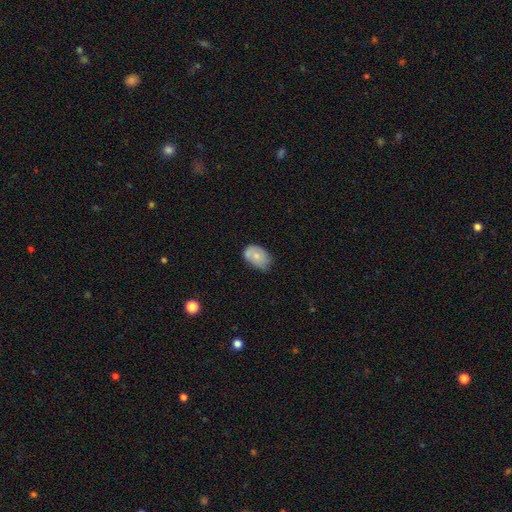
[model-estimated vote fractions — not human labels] smooth 67%, featured or disk 25%, star or artifact 7%. Down the decision tree: how rounded — in between (84%); merging — none (47%).